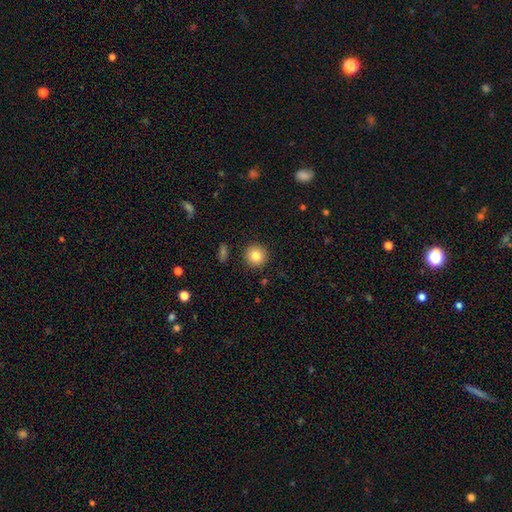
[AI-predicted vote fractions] smooth 83%, star or artifact 9%, featured or disk 8%. Down the decision tree: how rounded — round (94%); merging — none (90%).